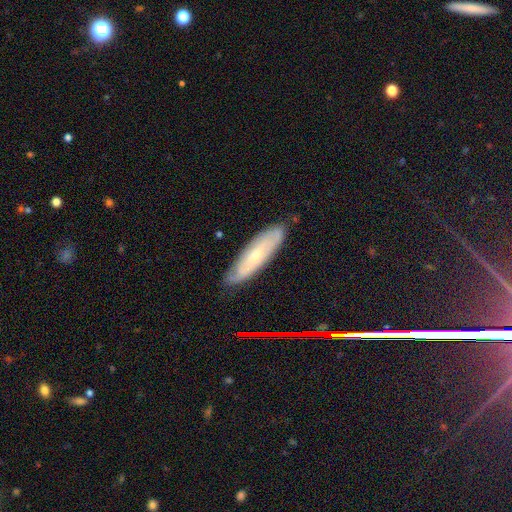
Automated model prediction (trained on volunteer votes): A featured or disk galaxy (53%). Merging: none (79%).